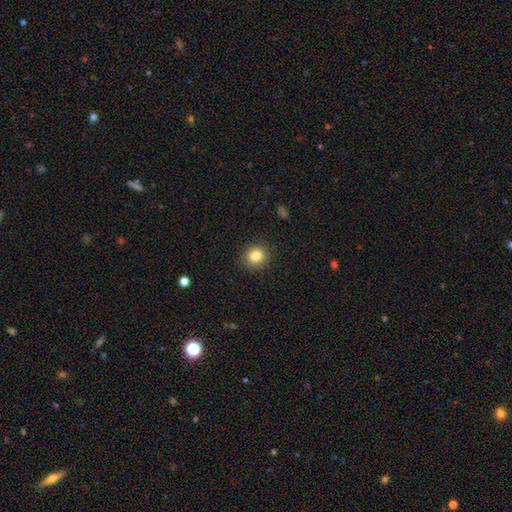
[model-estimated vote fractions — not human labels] Smooth or featured? Predicted: smooth (p=0.83). How rounded? Predicted: round (p=0.75). Merging? Predicted: none (p=0.88).